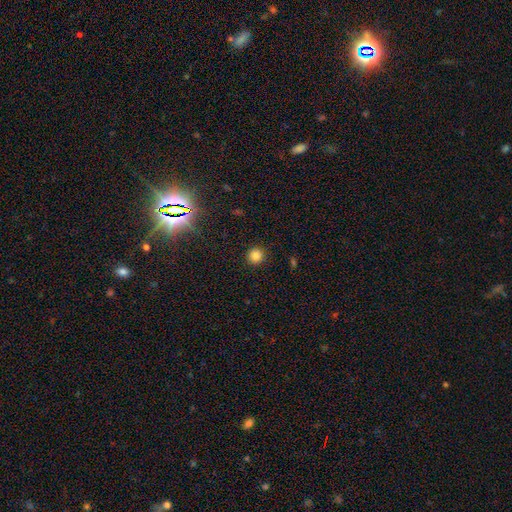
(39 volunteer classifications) Smooth or featured?
  - smooth: 82% *
  - star or artifact: 10%
  - featured or disk: 8%
How rounded?
  - round: 97% *
  - in between: 3%
  - cigar-shaped: 0%
Merging?
  - none: 86% *
  - minor disturbance: 9%
  - major disturbance: 3%
  - merger: 3%